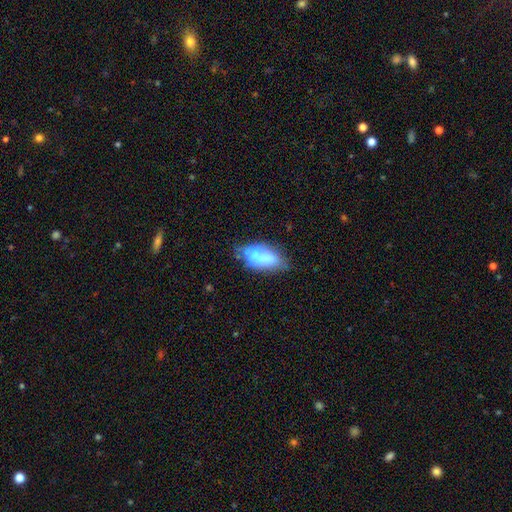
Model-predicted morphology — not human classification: smooth_or_featured: smooth (p=0.63) [alt: featured or disk p=0.28]
how_rounded: in between (p=0.87) [alt: cigar-shaped p=0.09]
merging: none (p=0.37) [alt: minor disturbance p=0.26]